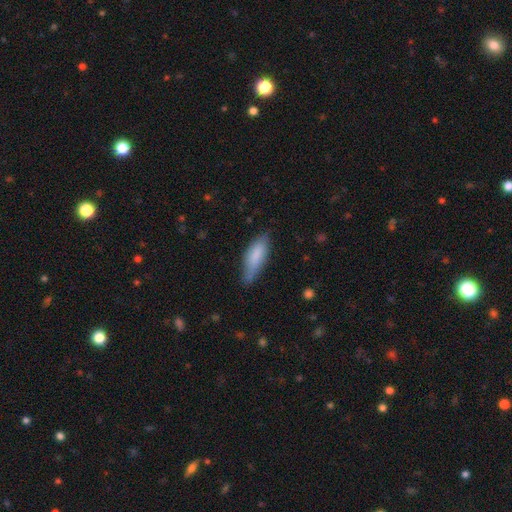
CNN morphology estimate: Smooth or featured? Predicted: smooth (p=0.79). How rounded? Predicted: in between (p=0.58). Merging? Predicted: none (p=0.65).